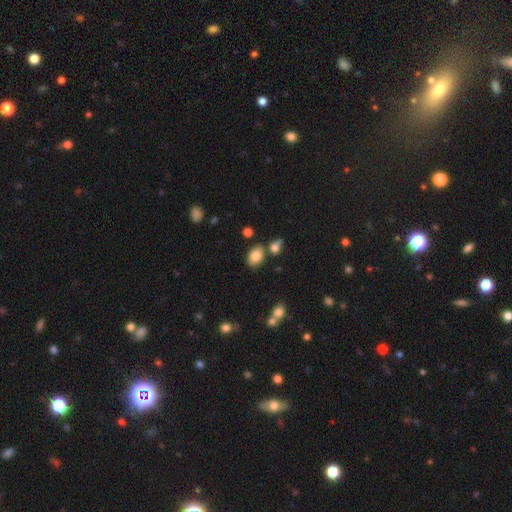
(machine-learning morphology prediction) The model was most divided on "merging": none: 72%, minor disturbance: 13%, merger: 11%, major disturbance: 3%. More confident: smooth or featured — smooth (82%); how rounded — in between (79%).